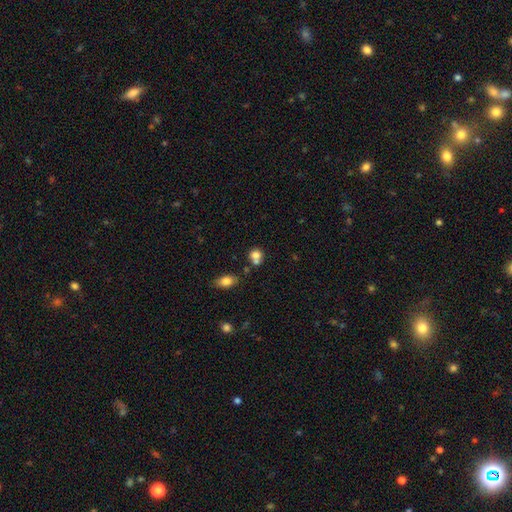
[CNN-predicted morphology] This is likely a smooth galaxy (77%). How rounded: likely round (76%). Merging: marginally none (43%).